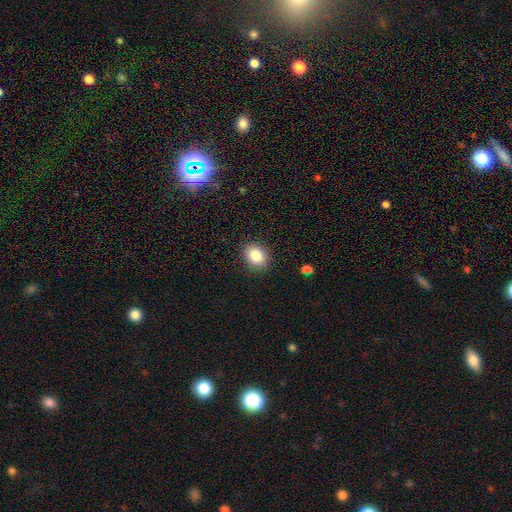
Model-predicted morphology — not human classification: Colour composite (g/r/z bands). It shows a smooth galaxy with no disk features (85%) that is in between round and cigar-shaped (56%). Merging: none (89%).